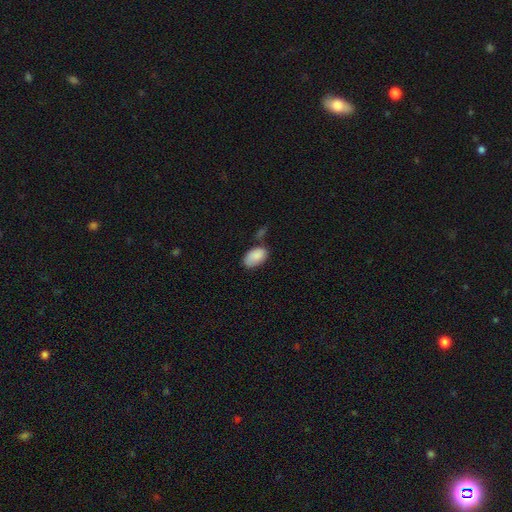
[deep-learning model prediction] smooth_or_featured: smooth (p=0.87) [alt: star or artifact p=0.07]
how_rounded: in between (p=0.94) [alt: round p=0.05]
merging: none (p=0.59) [alt: minor disturbance p=0.23]